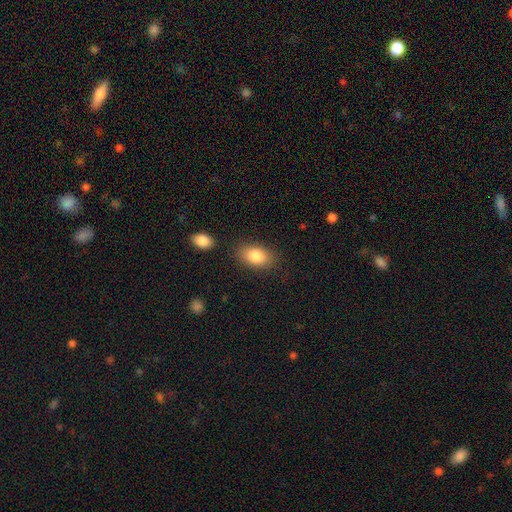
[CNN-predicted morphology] Smooth or featured?
  - smooth: 84% *
  - featured or disk: 9%
  - star or artifact: 8%
How rounded?
  - in between: 89% *
  - round: 9%
  - cigar-shaped: 2%
Merging?
  - none: 82% *
  - minor disturbance: 11%
  - merger: 4%
  - major disturbance: 3%